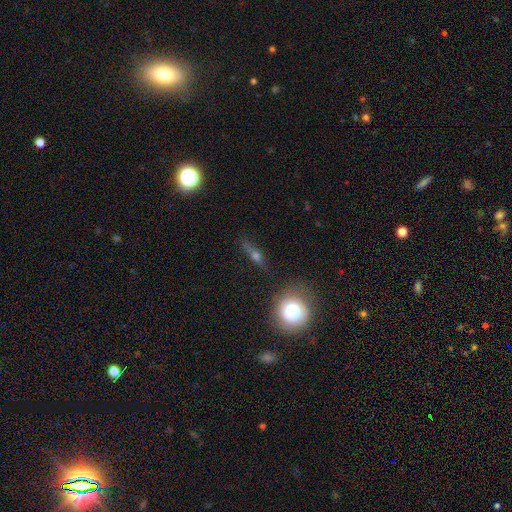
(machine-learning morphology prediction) This is marginally a featured or disk galaxy (44%). Merging: likely none (80%).